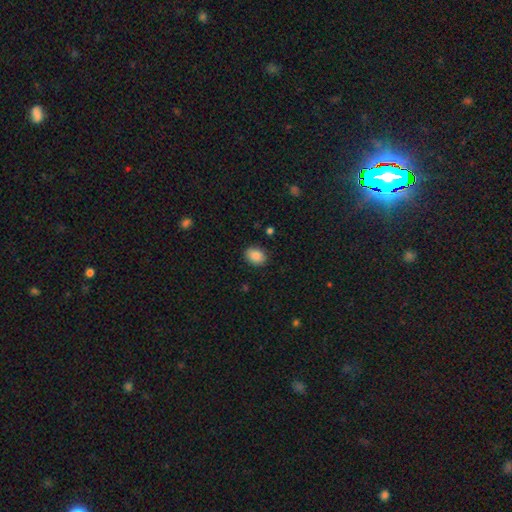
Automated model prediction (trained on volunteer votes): A smooth galaxy with no disk features (88%) that is in between round and cigar-shaped (65%). Merging: none (87%).